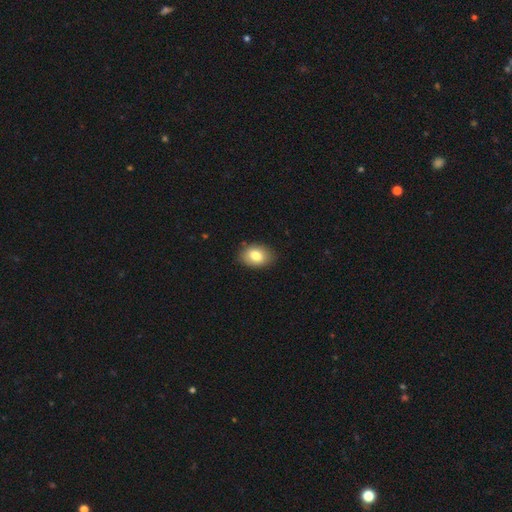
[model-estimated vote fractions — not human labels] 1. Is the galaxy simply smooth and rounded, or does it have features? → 82% smooth, 11% featured or disk, 8% star or artifact.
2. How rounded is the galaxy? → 82% in between, 17% round, 1% cigar-shaped.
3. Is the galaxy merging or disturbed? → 84% none, 12% minor disturbance, 2% major disturbance, 1% merger.